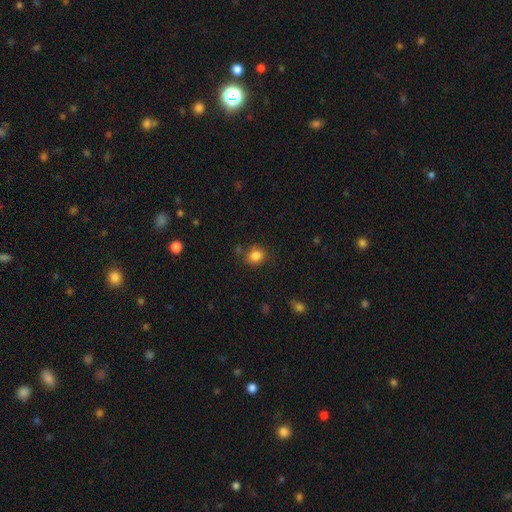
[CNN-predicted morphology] smooth-or-featured: smooth: 84% | star or artifact: 11% | featured or disk: 5%
  how-rounded: round: 70% | in between: 29% | cigar-shaped: 1%
  merging: none: 79% | minor disturbance: 13% | merger: 4% | major disturbance: 4%